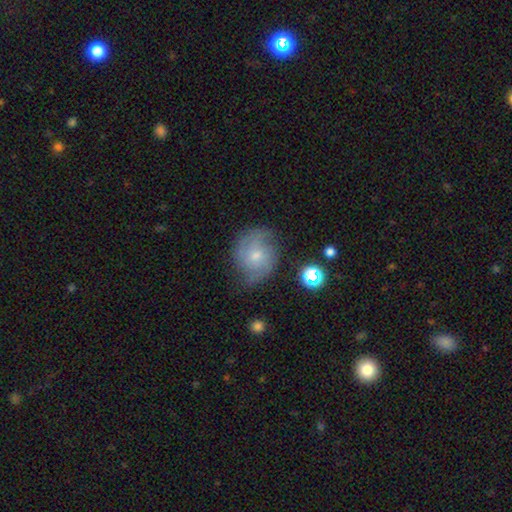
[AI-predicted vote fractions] smooth-or-featured: featured or disk: 61% | smooth: 30% | star or artifact: 9%
  disk-edge-on: no: 97% | yes: 3%
    bar: no: 67% | weak: 29% | strong: 4%
    has-spiral-arms: yes: 89% | no: 11%
      spiral-winding: medium: 44% | tight: 37% | loose: 19%
      spiral-arm-count: 2: 55% | can't tell: 24% | 3: 11% | 1: 4% | 4: 4% | more than 4: 3%
    bulge-size: small: 62% | moderate: 31% | none: 4% | large: 2% | dominant: 1%
  merging: none: 63% | minor disturbance: 25% | major disturbance: 10% | merger: 2%